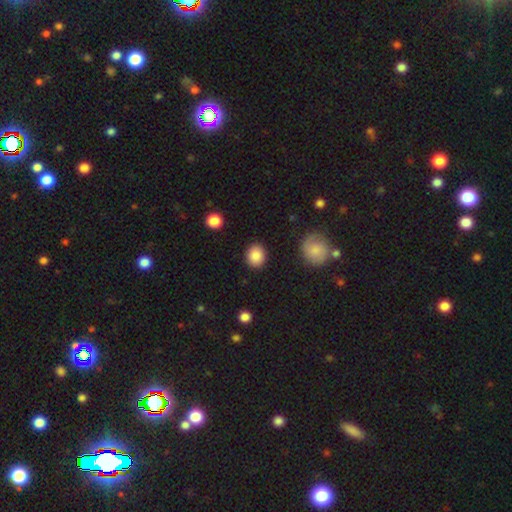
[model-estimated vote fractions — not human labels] Morphology: type=smooth (87%); roundness=round (65%); merging=none (88%).